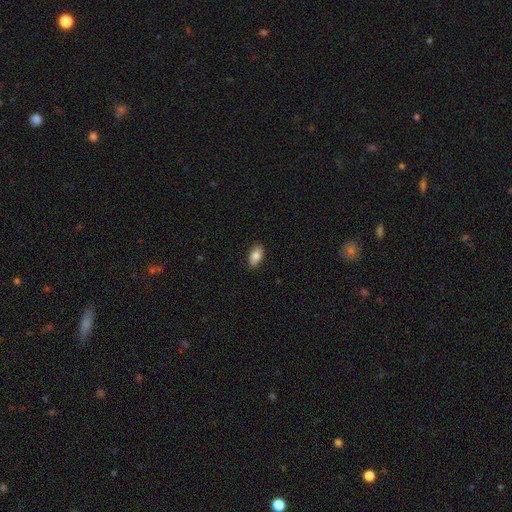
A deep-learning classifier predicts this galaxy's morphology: A smooth galaxy with no disk features (81%) that is in between round and cigar-shaped (93%).

Vote fractions:
- Smooth or featured? smooth: 81% / featured or disk: 12% / star or artifact: 7%
- How rounded? in between: 93% / round: 4% / cigar-shaped: 3%
- Merging? none: 88% / minor disturbance: 10% / major disturbance: 2% / merger: 1%